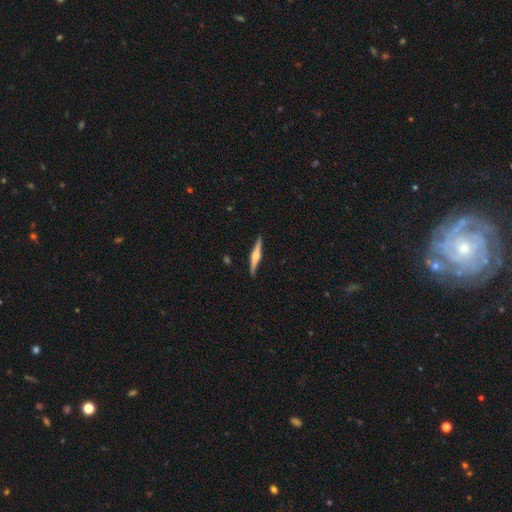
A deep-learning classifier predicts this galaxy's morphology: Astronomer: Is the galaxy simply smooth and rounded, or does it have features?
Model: featured or disk — 74%.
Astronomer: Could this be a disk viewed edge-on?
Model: yes — 98%.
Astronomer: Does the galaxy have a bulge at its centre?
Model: rounded — 88%.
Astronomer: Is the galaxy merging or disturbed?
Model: none — 90%.